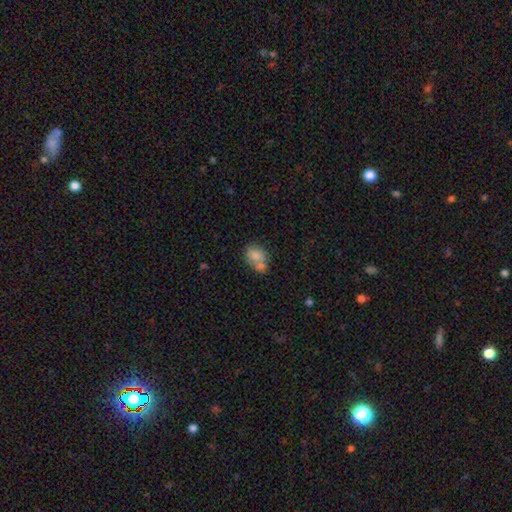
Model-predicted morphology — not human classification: smooth-or-featured: smooth: 76% | featured or disk: 15% | star or artifact: 9%
  how-rounded: round: 50% | in between: 49% | cigar-shaped: 1%
  merging: merger: 46% | none: 37% | minor disturbance: 12% | major disturbance: 4%